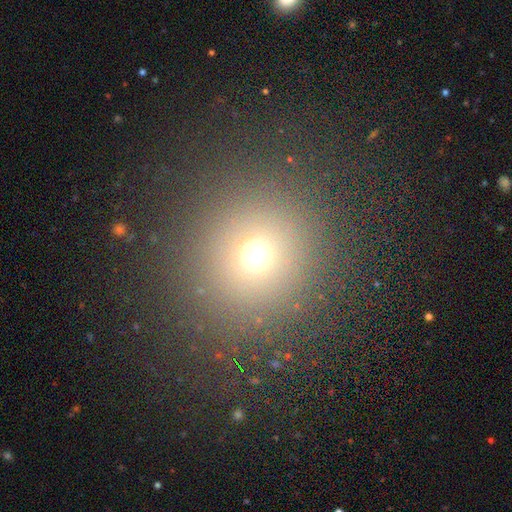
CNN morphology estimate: smooth 67%, star or artifact 24%, featured or disk 9%. Down the decision tree: how rounded — round (93%); merging — none (88%).